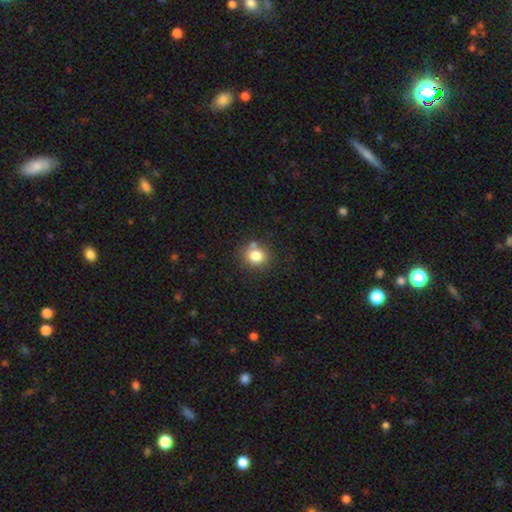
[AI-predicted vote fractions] This is likely a smooth galaxy (80%). How rounded: clearly round (81%). Merging: likely none (74%).